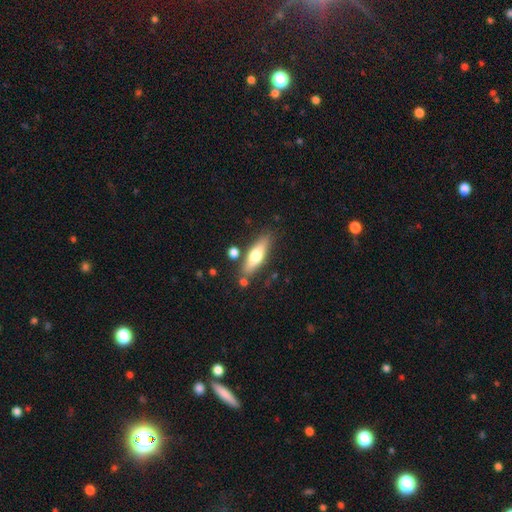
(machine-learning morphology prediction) Smooth or featured? Predicted: smooth (p=0.58). How rounded? Predicted: cigar-shaped (p=0.56). Merging? Predicted: none (p=0.79).